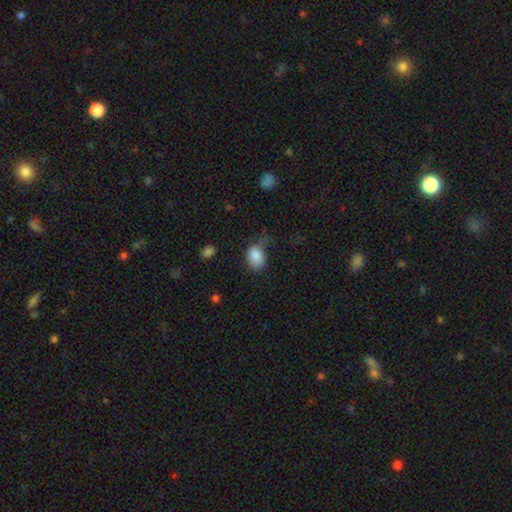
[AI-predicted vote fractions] This appears to be a smooth galaxy with no disk features (85%) that is in between round and cigar-shaped (72%). Merging: none (37%).